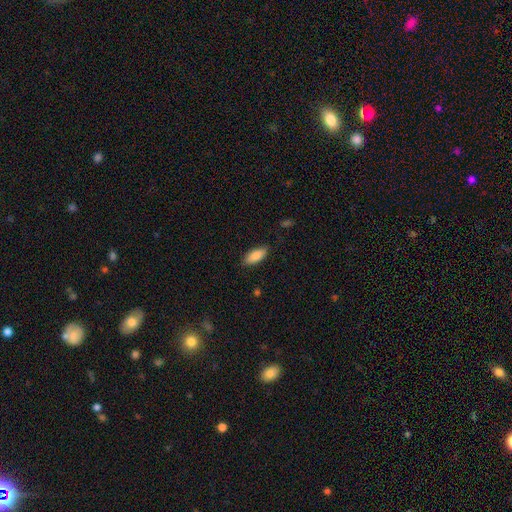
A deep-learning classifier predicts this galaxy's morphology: Overall: smooth (87%). How rounded: in between (82%). Merging: none (85%).